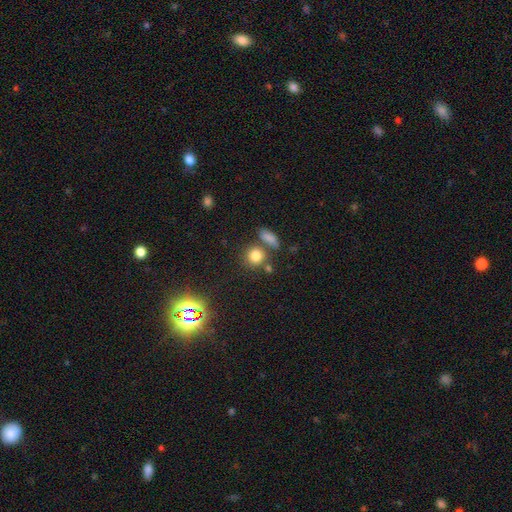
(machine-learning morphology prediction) Smooth or featured? Predicted: smooth (p=0.80). How rounded? Predicted: round (p=0.81). Merging? Predicted: none (p=0.67).